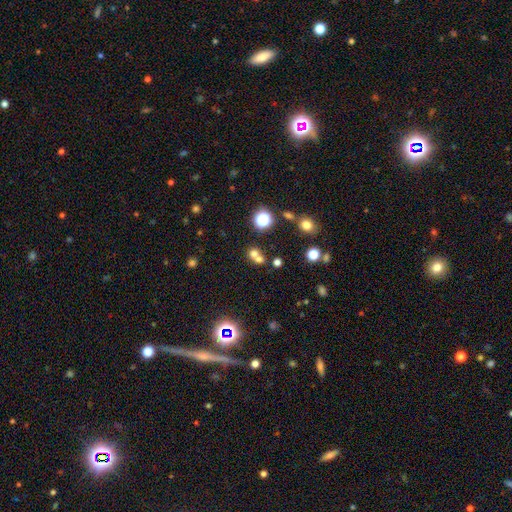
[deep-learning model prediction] Morphology: type=smooth (63%); roundness=round (79%); merging=merger (53%).